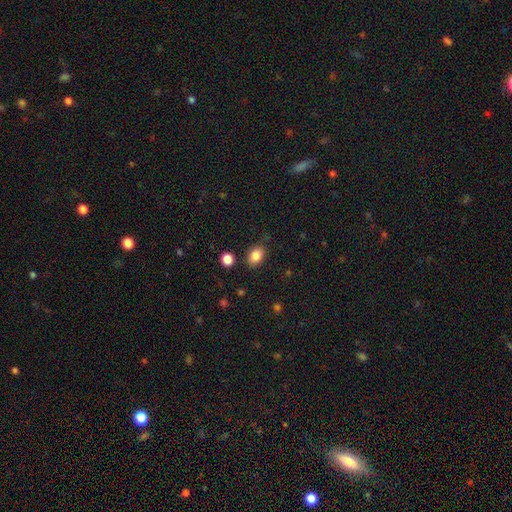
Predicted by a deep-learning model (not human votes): Smooth or featured? Predicted: smooth (p=0.85). How rounded? Predicted: in between (p=0.71). Merging? Predicted: none (p=0.82).